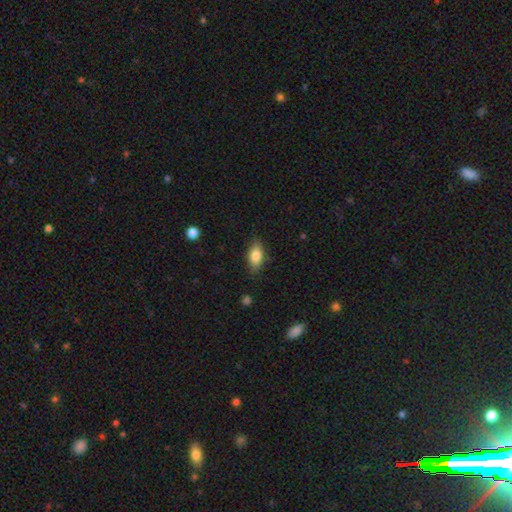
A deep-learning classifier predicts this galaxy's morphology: A smooth galaxy with no disk features (78%) that is in between round and cigar-shaped (86%). Merging: none (82%).